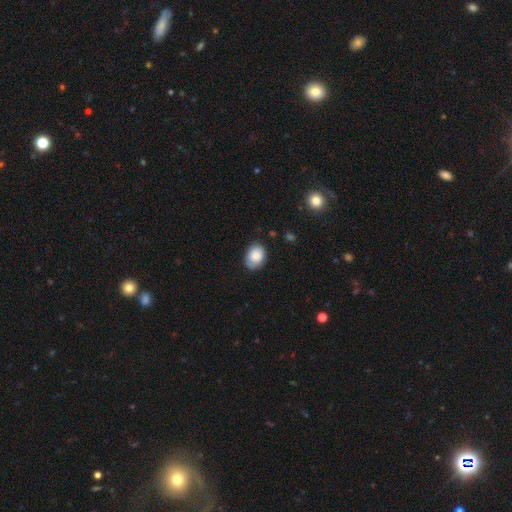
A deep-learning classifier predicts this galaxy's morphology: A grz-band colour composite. It shows a smooth galaxy with no disk features (80%) that is in between round and cigar-shaped (66%). Merging: none (72%).